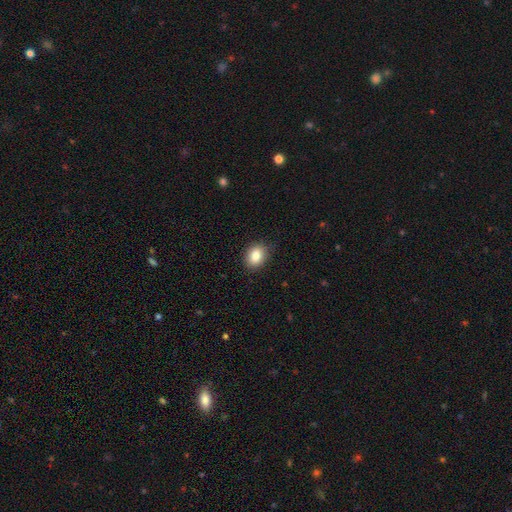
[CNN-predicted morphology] Smooth or featured: smooth — 85% (star or artifact — 9%)
How rounded: in between — 63% (round — 35%)
Merging: none — 86% (minor disturbance — 11%)